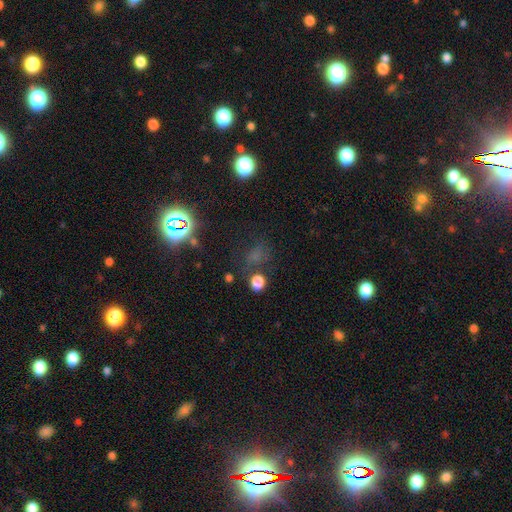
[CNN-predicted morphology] This appears to be a star or artifact, not a galaxy (46%).